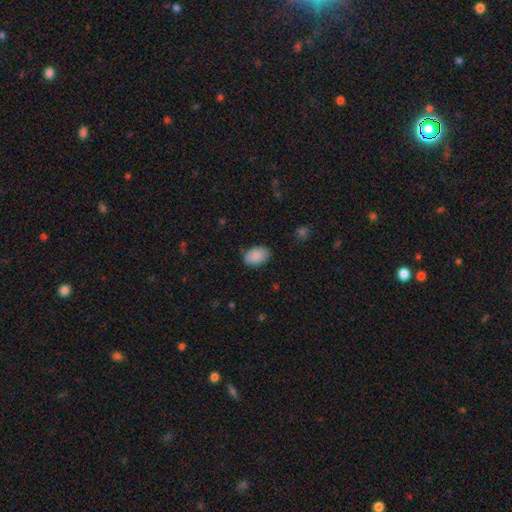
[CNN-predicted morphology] Q: Smooth or featured?
A: smooth (89%); runner-up: star or artifact (7%)
Q: How rounded?
A: in between (87%); runner-up: round (12%)
Q: Merging?
A: none (80%); runner-up: minor disturbance (16%)